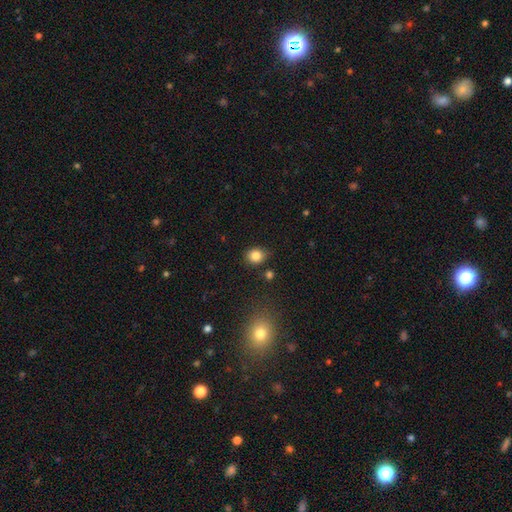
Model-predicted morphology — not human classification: Smooth or featured? Predicted: smooth (p=0.84). How rounded? Predicted: round (p=0.68). Merging? Predicted: none (p=0.83).